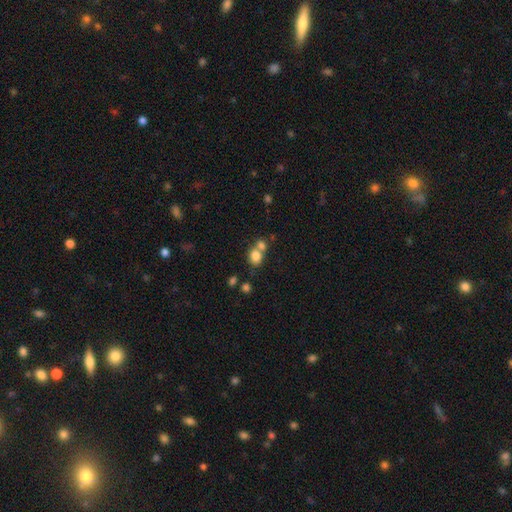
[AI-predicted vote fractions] This is clearly a smooth galaxy (80%). How rounded: possibly round (58%). Merging: possibly merger (45%).